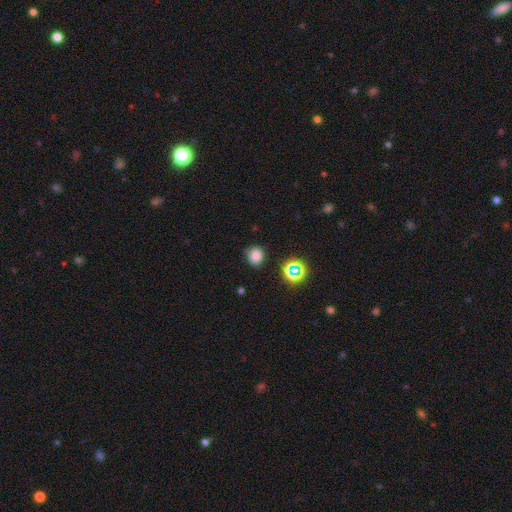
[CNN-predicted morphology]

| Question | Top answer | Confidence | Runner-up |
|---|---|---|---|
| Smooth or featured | smooth | 77% | star or artifact (17%) |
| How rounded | round | 84% | in between (15%) |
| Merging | none | 78% | minor disturbance (16%) |